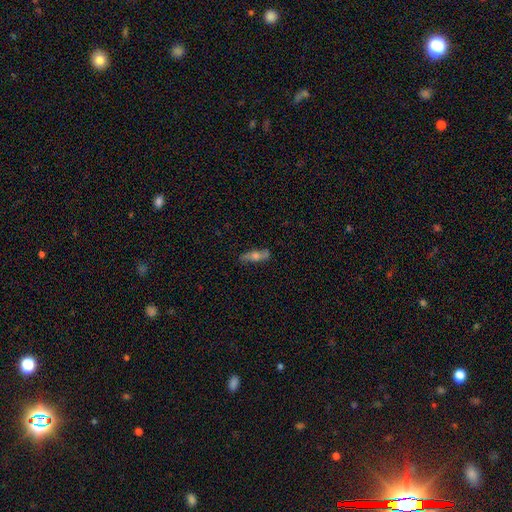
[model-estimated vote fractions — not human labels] Smooth or featured?
  - featured or disk: 47% *
  - smooth: 46%
  - star or artifact: 8%
Merging?
  - none: 80% *
  - minor disturbance: 15%
  - major disturbance: 3%
  - merger: 2%